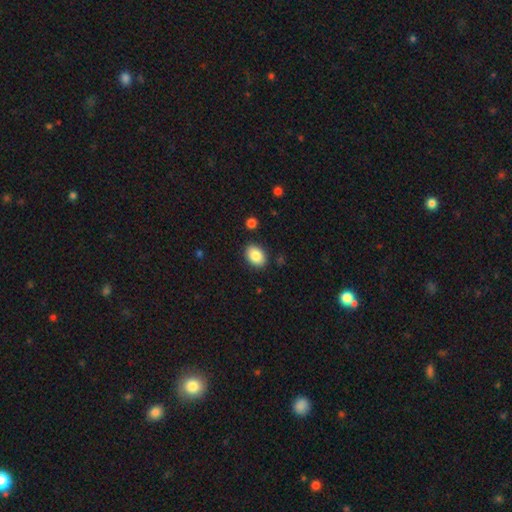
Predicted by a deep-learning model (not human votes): A smooth galaxy with no disk features (87%) that is in between round and cigar-shaped (82%).

Vote fractions:
- Smooth or featured? smooth: 87% / star or artifact: 7% / featured or disk: 6%
- How rounded? in between: 82% / round: 17% / cigar-shaped: 1%
- Merging? none: 87% / minor disturbance: 9% / major disturbance: 2% / merger: 2%